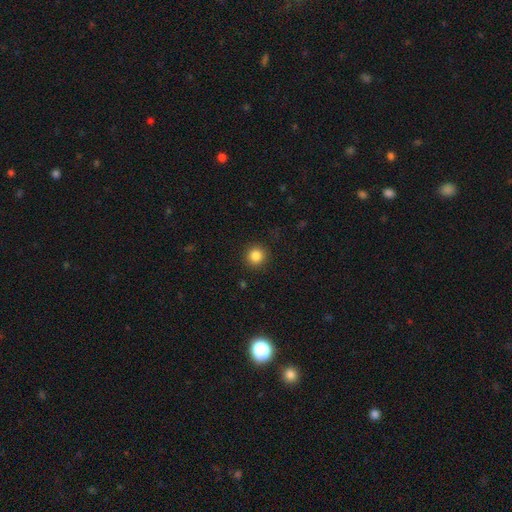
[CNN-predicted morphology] smooth_or_featured: smooth (p=0.85) [alt: star or artifact p=0.11]
how_rounded: round (p=0.94) [alt: in between p=0.06]
merging: none (p=0.91) [alt: minor disturbance p=0.06]